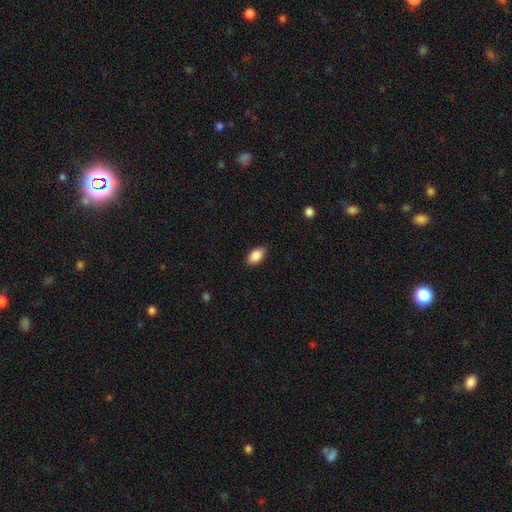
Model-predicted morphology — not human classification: This is clearly a smooth galaxy (88%). How rounded: clearly in between (93%). Merging: clearly none (86%).